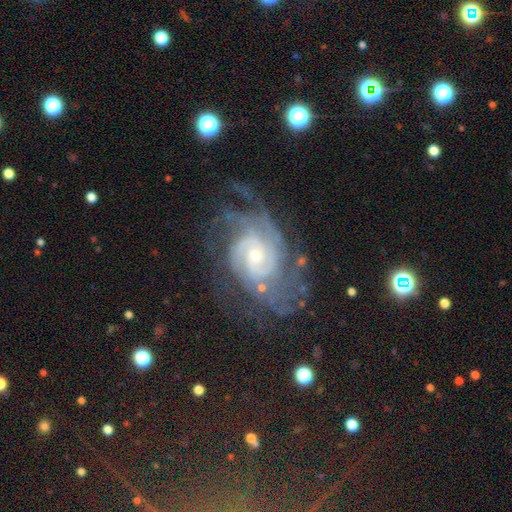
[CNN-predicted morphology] smooth-or-featured: featured or disk: 90% | star or artifact: 6% | smooth: 4%
  disk-edge-on: no: 97% | yes: 3%
    bar: no: 61% | weak: 31% | strong: 8%
    has-spiral-arms: yes: 98% | no: 2%
      spiral-winding: tight: 63% | medium: 31% | loose: 6%
      spiral-arm-count: 2: 37% | can't tell: 23% | 3: 17% | 4: 10% | more than 4: 7% | 1: 6%
    bulge-size: small: 59% | moderate: 37% | large: 2% | none: 2% | dominant: 1%
  merging: none: 59% | minor disturbance: 22% | major disturbance: 16% | merger: 3%